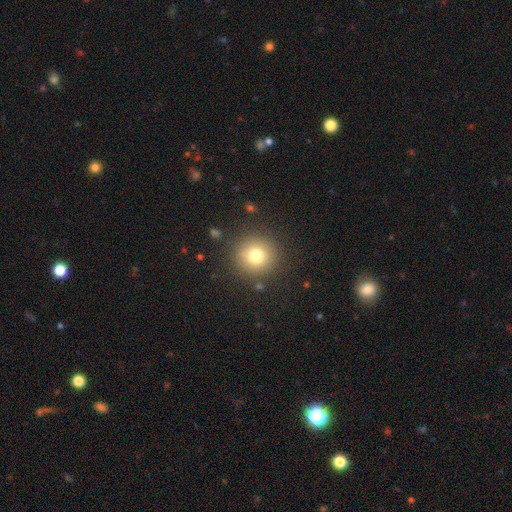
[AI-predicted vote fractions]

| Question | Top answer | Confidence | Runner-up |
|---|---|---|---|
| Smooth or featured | smooth | 76% | star or artifact (13%) |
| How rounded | round | 95% | in between (4%) |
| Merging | none | 87% | minor disturbance (8%) |